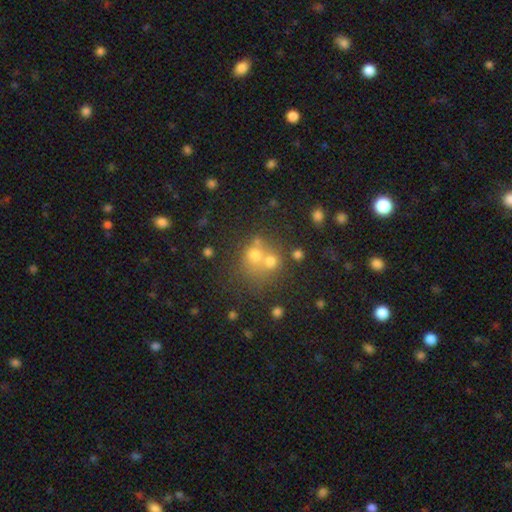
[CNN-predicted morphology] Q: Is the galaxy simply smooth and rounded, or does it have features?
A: smooth — 60%.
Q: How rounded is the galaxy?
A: round — 80%.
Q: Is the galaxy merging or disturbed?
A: merger — 44%.